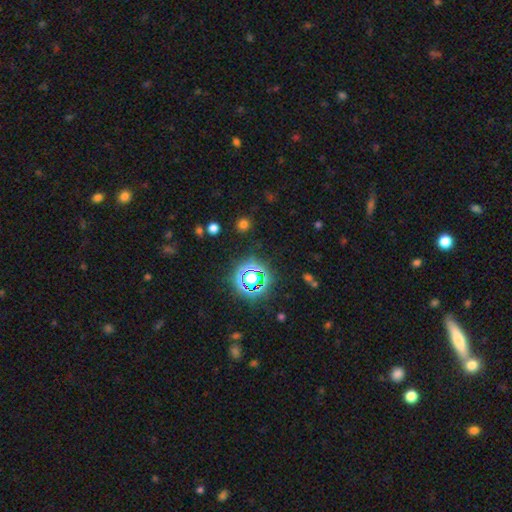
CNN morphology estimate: smooth_or_featured: star or artifact (p=0.77) [alt: smooth p=0.16]